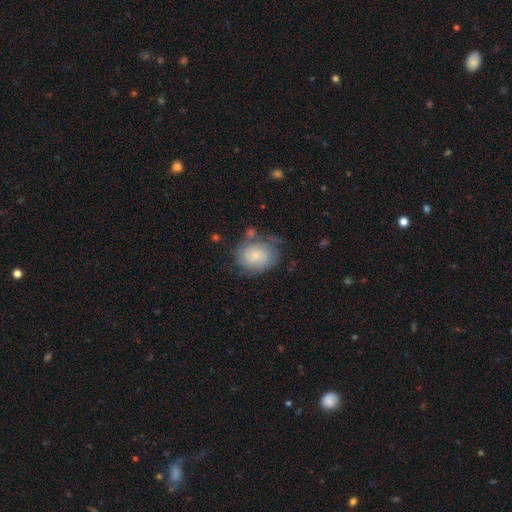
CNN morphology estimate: smooth_or_featured: smooth (p=0.55) [alt: featured or disk p=0.37]
how_rounded: round (p=0.50) [alt: in between p=0.49]
merging: none (p=0.54) [alt: minor disturbance p=0.26]